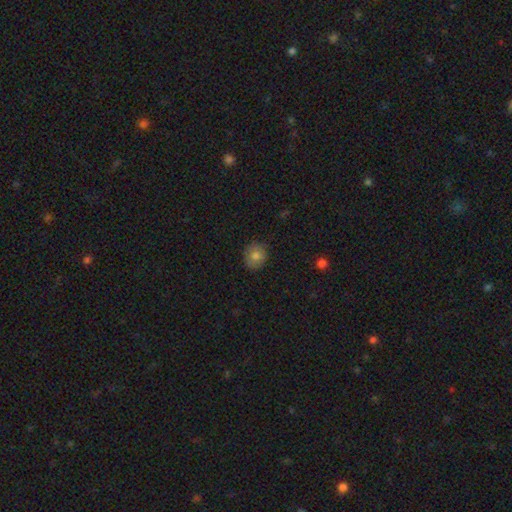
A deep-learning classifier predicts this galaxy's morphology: A smooth galaxy with no disk features (80%) that is round (73%).

Vote fractions:
- Smooth or featured? smooth: 80% / featured or disk: 10% / star or artifact: 10%
- How rounded? round: 73% / in between: 26% / cigar-shaped: 1%
- Merging? none: 84% / minor disturbance: 13% / major disturbance: 3% / merger: 1%